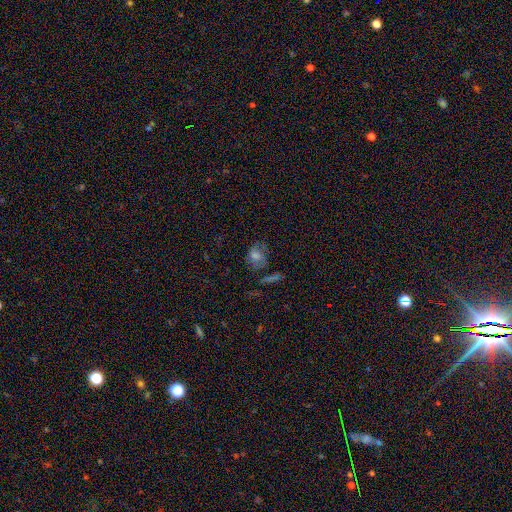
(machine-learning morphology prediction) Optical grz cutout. It shows a smooth galaxy with no disk features (53%) that is round (50%). Merging: none (60%).